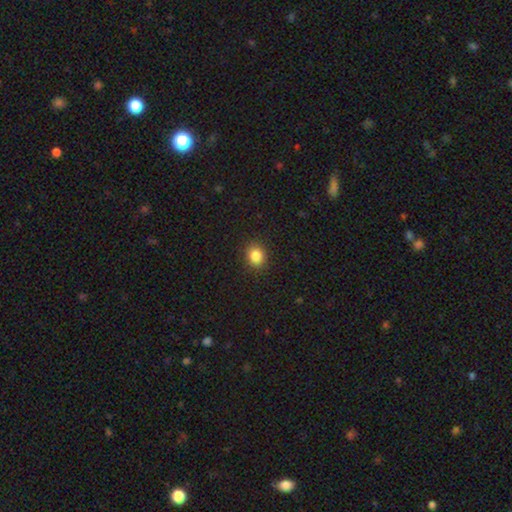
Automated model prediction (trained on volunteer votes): Smooth or featured?
  - smooth: 84% *
  - star or artifact: 11%
  - featured or disk: 5%
How rounded?
  - round: 64% *
  - in between: 35%
  - cigar-shaped: 1%
Merging?
  - none: 90% *
  - minor disturbance: 7%
  - major disturbance: 2%
  - merger: 1%